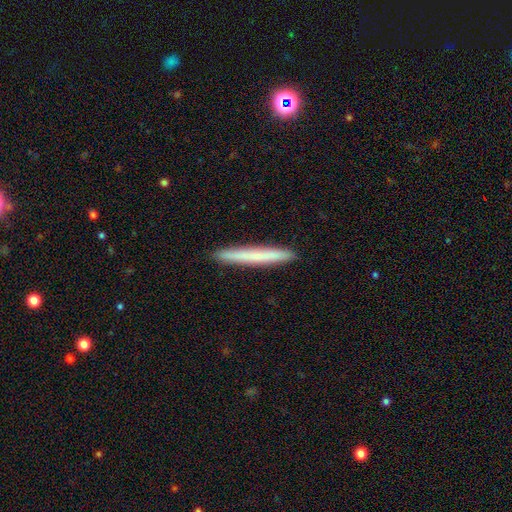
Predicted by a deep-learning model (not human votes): Smooth or featured?
  - smooth: 66% *
  - featured or disk: 28%
  - star or artifact: 6%
How rounded?
  - cigar-shaped: 97% *
  - in between: 2%
  - round: 1%
Merging?
  - none: 92% *
  - minor disturbance: 5%
  - major disturbance: 1%
  - merger: 1%